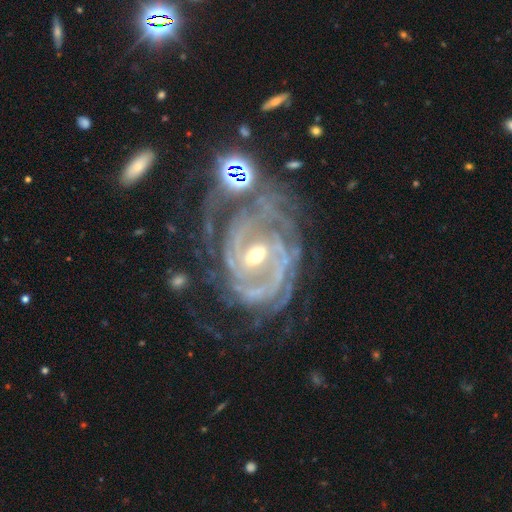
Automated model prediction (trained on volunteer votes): Smooth or featured?
  - featured or disk: 91% *
  - star or artifact: 6%
  - smooth: 4%
Edge-on disk?
  - no: 97% *
  - yes: 3%
Bar?
  - weak: 43% *
  - no: 32%
  - strong: 25%
Spiral arms?
  - yes: 97% *
  - no: 3%
Spiral winding?
  - tight: 65% *
  - medium: 29%
  - loose: 7%
Spiral arm count?
  - 2: 28% *
  - can't tell: 24%
  - 3: 21%
  - 4: 12%
  - more than 4: 8%
  - 1: 7%
Bulge size?
  - moderate: 57% *
  - small: 38%
  - large: 3%
  - none: 1%
  - dominant: 1%
Merging?
  - none: 53% *
  - minor disturbance: 22%
  - major disturbance: 18%
  - merger: 7%